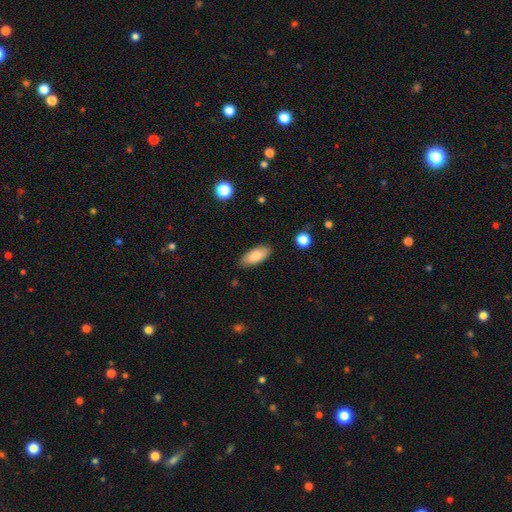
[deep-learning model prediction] smooth 84%, featured or disk 9%, star or artifact 7%. Down the decision tree: how rounded — in between (85%); merging — none (86%).